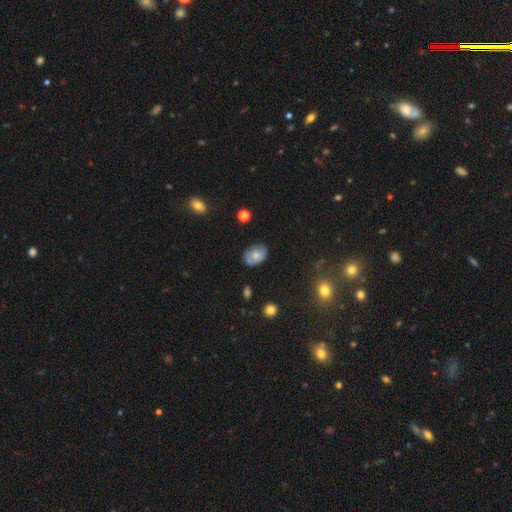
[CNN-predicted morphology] Smooth or featured? Predicted: smooth (p=0.68). How rounded? Predicted: in between (p=0.83). Merging? Predicted: none (p=0.68).